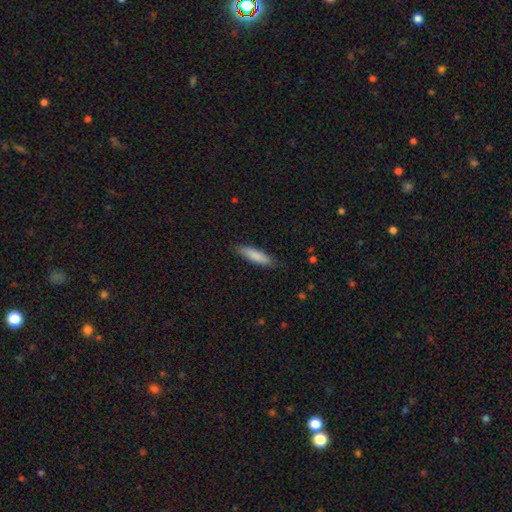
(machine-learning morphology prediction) smooth_or_featured: smooth (p=0.85) [alt: featured or disk p=0.10]
how_rounded: cigar-shaped (p=0.65) [alt: in between p=0.34]
merging: none (p=0.84) [alt: minor disturbance p=0.12]